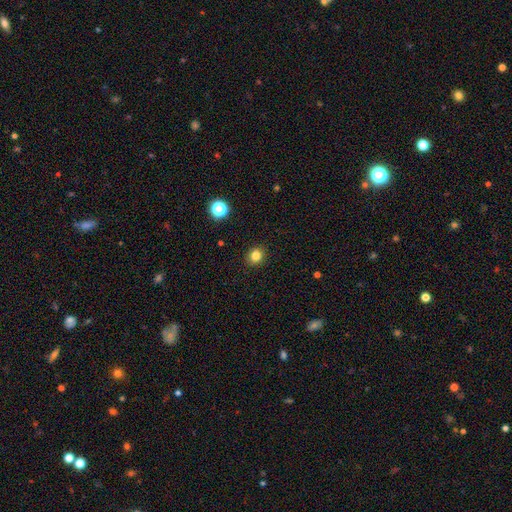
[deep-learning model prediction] Morphology: type=smooth (82%); roundness=round (76%); merging=none (91%).